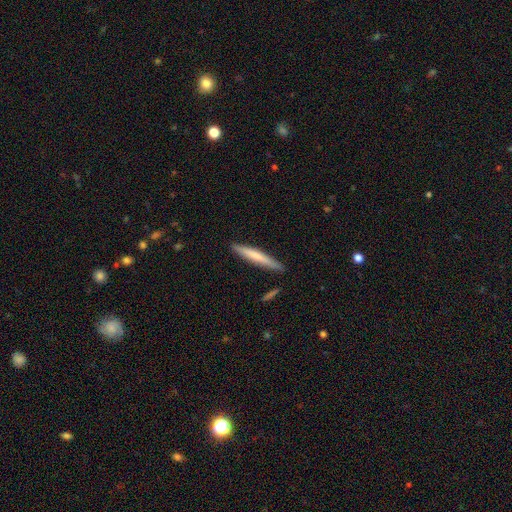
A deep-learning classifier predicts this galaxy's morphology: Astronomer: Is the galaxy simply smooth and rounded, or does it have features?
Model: smooth — 63%.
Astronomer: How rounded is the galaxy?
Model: cigar-shaped — 95%.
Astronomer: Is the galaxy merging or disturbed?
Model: none — 88%.